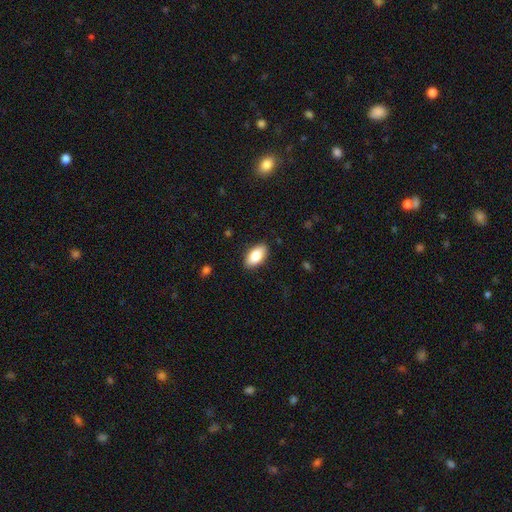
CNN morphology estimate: This appears to be a smooth galaxy with no disk features (83%) that is in between round and cigar-shaped (93%). Merging: none (88%).